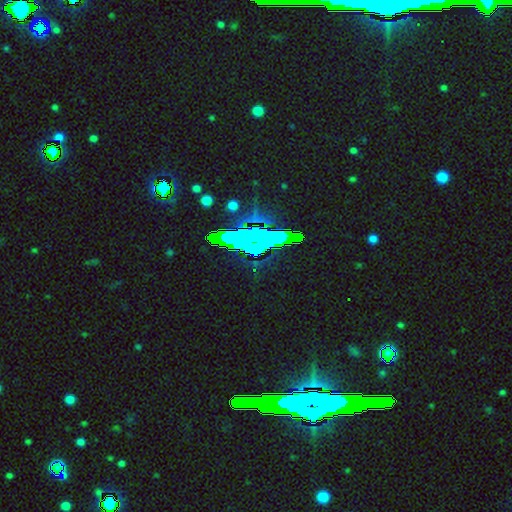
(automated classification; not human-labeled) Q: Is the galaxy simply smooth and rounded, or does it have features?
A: star or artifact — 67%.